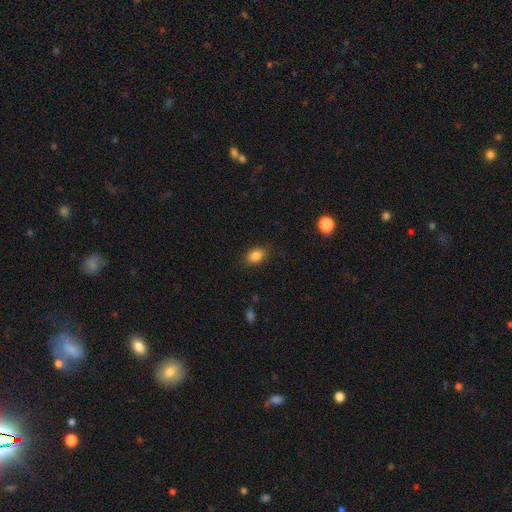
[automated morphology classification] The model was most divided on "how rounded": in between: 79%, round: 20%, cigar-shaped: 2%. More confident: smooth or featured — smooth (85%); merging — none (83%).